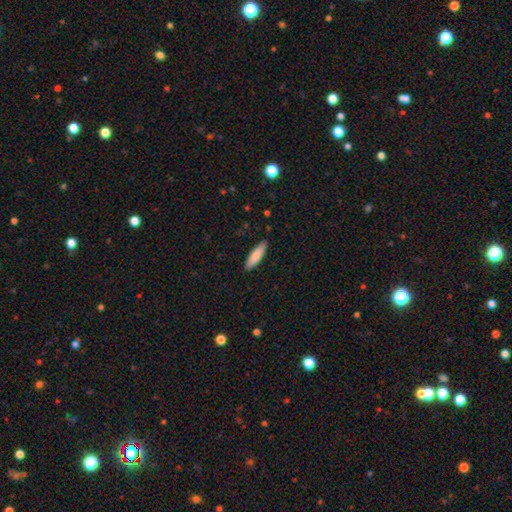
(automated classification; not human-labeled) smooth 85%, featured or disk 10%, star or artifact 5%. Down the decision tree: how rounded — cigar-shaped (59%); merging — none (89%).